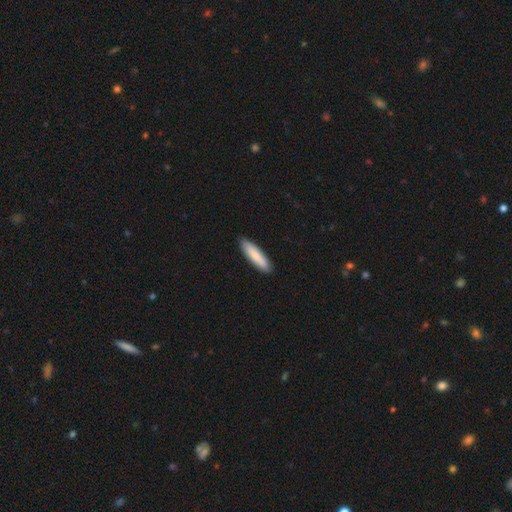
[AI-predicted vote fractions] This appears to be a smooth galaxy with no disk features (85%) that is cigar-shaped (70%). Merging: none (89%).